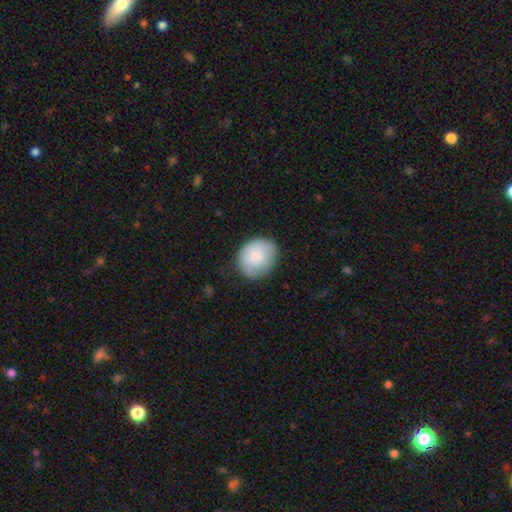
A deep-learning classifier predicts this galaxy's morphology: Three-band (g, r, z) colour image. It shows a smooth galaxy with no disk features (81%) that is round (59%). Merging: none (75%).